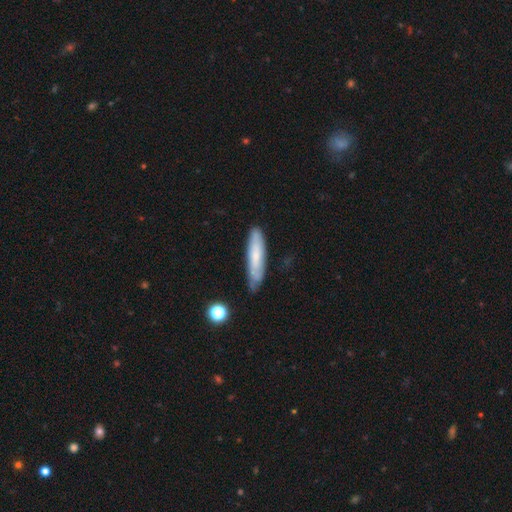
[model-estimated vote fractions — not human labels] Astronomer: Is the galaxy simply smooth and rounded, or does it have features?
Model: smooth — 60%.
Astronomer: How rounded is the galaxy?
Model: cigar-shaped — 83%.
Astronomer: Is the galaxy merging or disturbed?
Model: none — 74%.